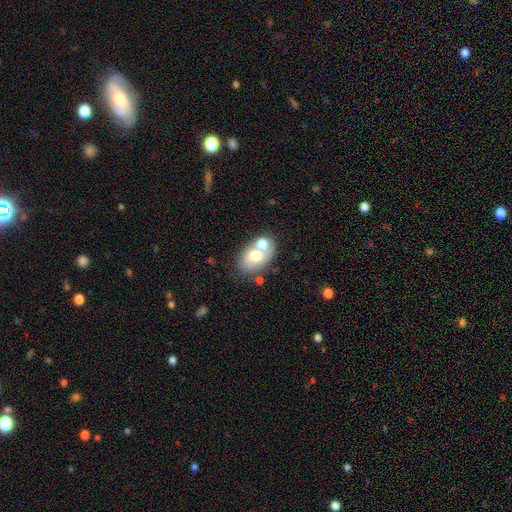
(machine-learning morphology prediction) smooth 53%, featured or disk 39%, star or artifact 9%. Down the decision tree: how rounded — in between (82%); merging — none (42%).